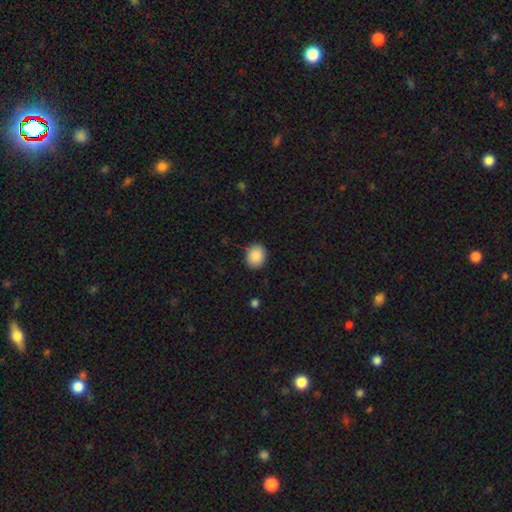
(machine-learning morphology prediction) Smooth or featured: smooth — 89% (star or artifact — 8%)
How rounded: round — 63% (in between — 36%)
Merging: none — 87% (minor disturbance — 10%)